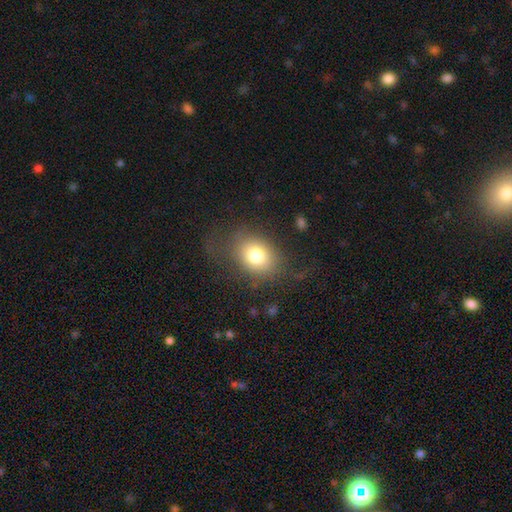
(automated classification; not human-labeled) smooth-or-featured: smooth: 75% | featured or disk: 14% | star or artifact: 11%
  how-rounded: in between: 54% | round: 45% | cigar-shaped: 1%
  merging: none: 67% | minor disturbance: 16% | major disturbance: 15% | merger: 1%